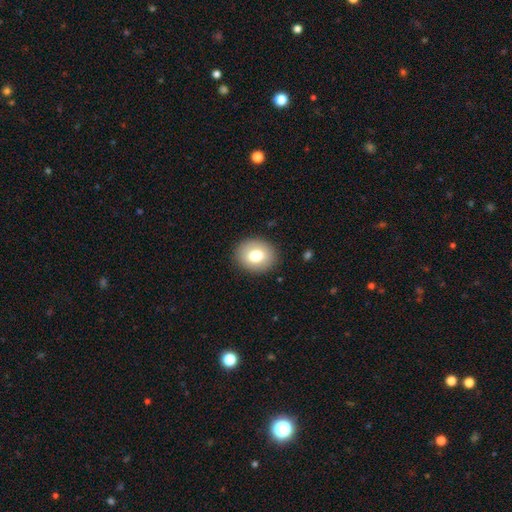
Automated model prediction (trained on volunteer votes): Smooth or featured? Predicted: smooth (p=0.76). How rounded? Predicted: round (p=0.61). Merging? Predicted: none (p=0.89).